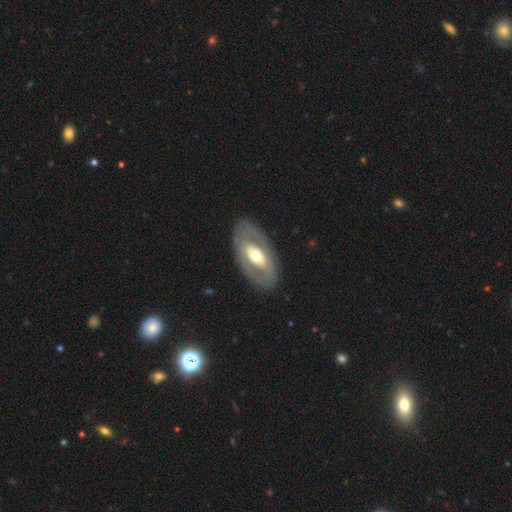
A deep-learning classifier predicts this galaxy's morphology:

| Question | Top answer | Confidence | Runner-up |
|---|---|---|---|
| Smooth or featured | featured or disk | 63% | smooth (33%) |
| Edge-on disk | no | 88% | yes (12%) |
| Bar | no | 58% | weak (24%) |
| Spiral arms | no | 76% | yes (24%) |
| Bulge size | moderate | 68% | large (17%) |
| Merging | none | 83% | minor disturbance (11%) |